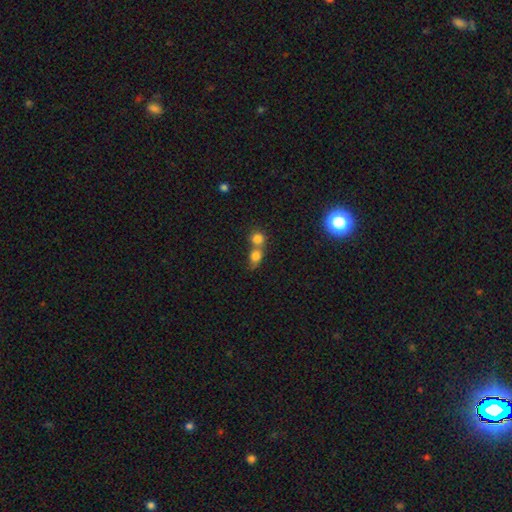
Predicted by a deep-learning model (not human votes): smooth 78%, star or artifact 11%, featured or disk 10%. Down the decision tree: how rounded — round (68%); merging — merger (61%).